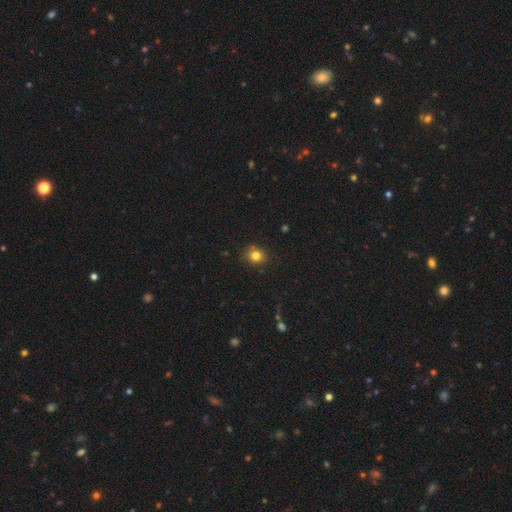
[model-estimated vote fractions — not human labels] Smooth or featured?
  - smooth: 79% *
  - star or artifact: 13%
  - featured or disk: 7%
How rounded?
  - round: 73% *
  - in between: 26%
  - cigar-shaped: 1%
Merging?
  - none: 78% *
  - minor disturbance: 15%
  - merger: 4%
  - major disturbance: 3%